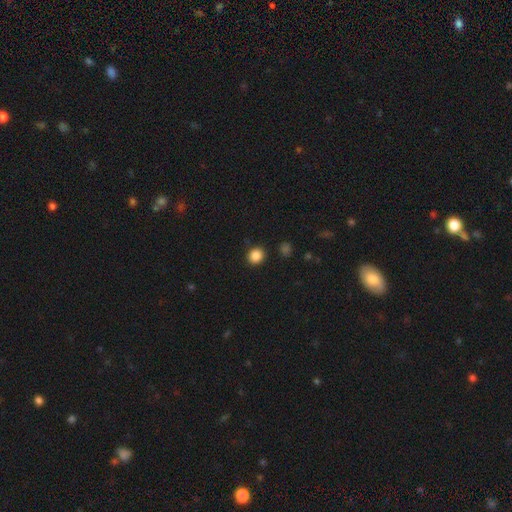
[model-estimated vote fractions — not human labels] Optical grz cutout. It shows a smooth galaxy with no disk features (86%) that is round (79%). Merging: none (90%).